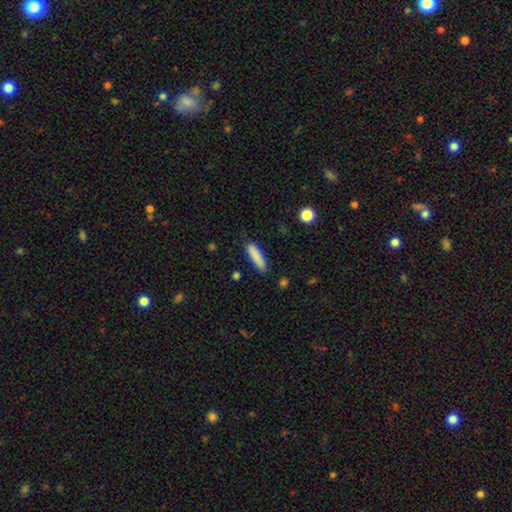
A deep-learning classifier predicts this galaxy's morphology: Q: Smooth or featured?
A: smooth (85%); runner-up: featured or disk (8%)
Q: How rounded?
A: cigar-shaped (78%); runner-up: in between (21%)
Q: Merging?
A: none (84%); runner-up: minor disturbance (12%)